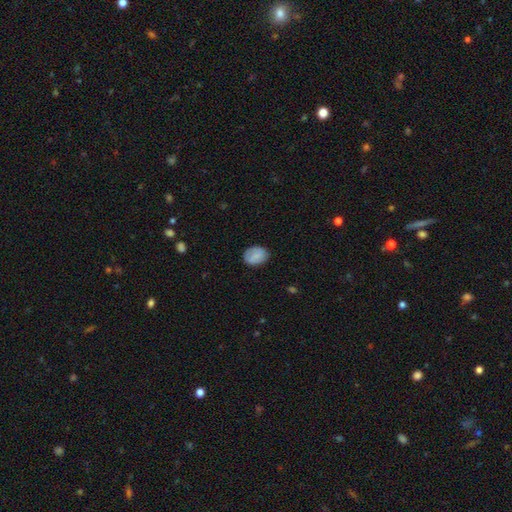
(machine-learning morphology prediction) smooth-or-featured: smooth: 73% | featured or disk: 19% | star or artifact: 8%
  how-rounded: in between: 64% | round: 35% | cigar-shaped: 1%
  merging: none: 79% | minor disturbance: 16% | major disturbance: 4% | merger: 1%